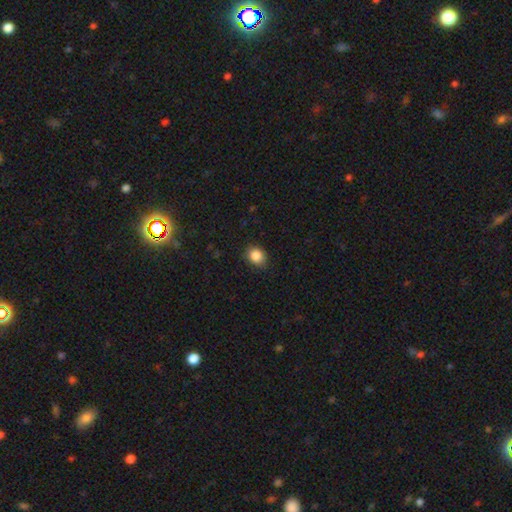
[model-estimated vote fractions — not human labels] Smooth or featured? smooth (86%)
How rounded? round (56%)
Merging? none (84%)